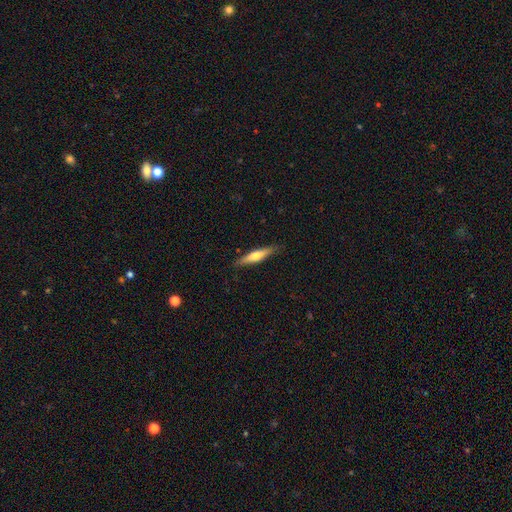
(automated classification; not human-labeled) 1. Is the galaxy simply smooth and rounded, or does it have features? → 49% smooth, 45% featured or disk, 5% star or artifact.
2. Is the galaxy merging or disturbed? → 87% none, 10% minor disturbance, 2% major disturbance, 1% merger.